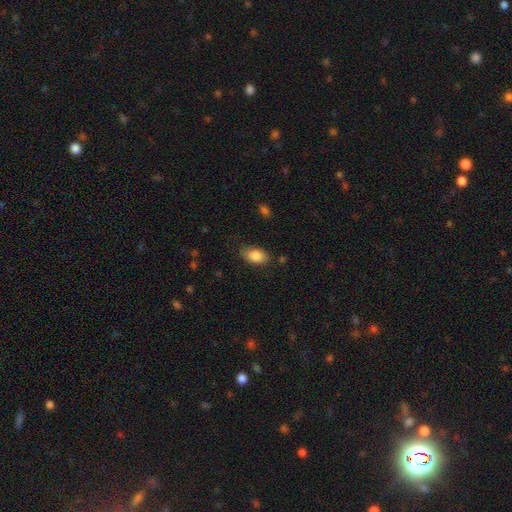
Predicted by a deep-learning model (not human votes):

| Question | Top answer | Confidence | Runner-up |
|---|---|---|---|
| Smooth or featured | smooth | 86% | featured or disk (7%) |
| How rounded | in between | 91% | round (7%) |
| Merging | none | 79% | minor disturbance (16%) |